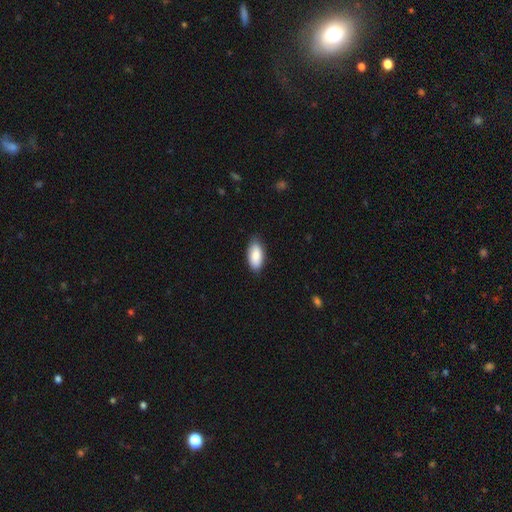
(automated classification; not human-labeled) The model was most divided on "merging": none: 84%, minor disturbance: 13%, major disturbance: 2%, merger: 1%. More confident: how rounded — in between (92%); smooth or featured — smooth (86%).